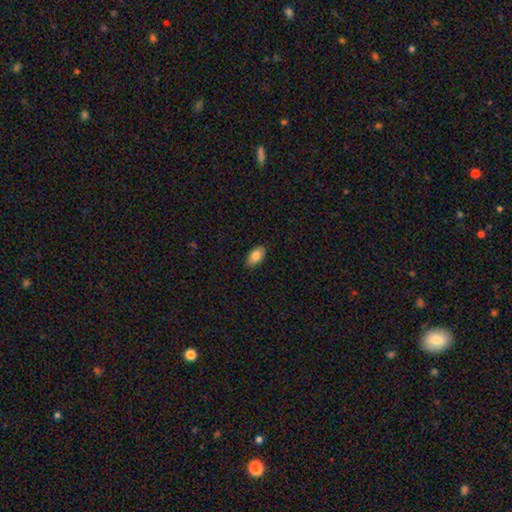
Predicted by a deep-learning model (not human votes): This appears to be a smooth galaxy with no disk features (83%) that is in between round and cigar-shaped (92%). Merging: none (85%).